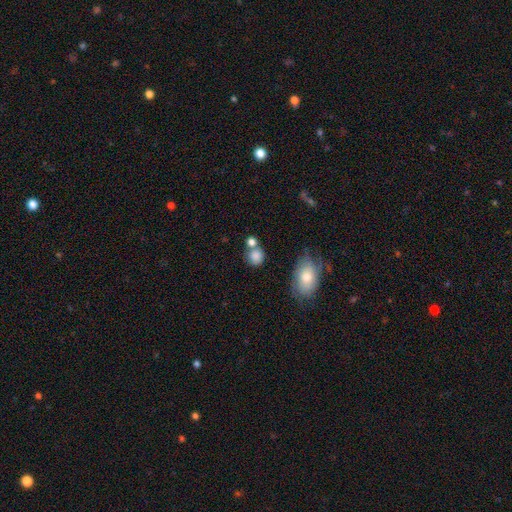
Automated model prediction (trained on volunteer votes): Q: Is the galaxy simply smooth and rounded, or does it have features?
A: smooth — 83%.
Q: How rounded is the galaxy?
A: round — 79%.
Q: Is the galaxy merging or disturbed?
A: none — 56%.